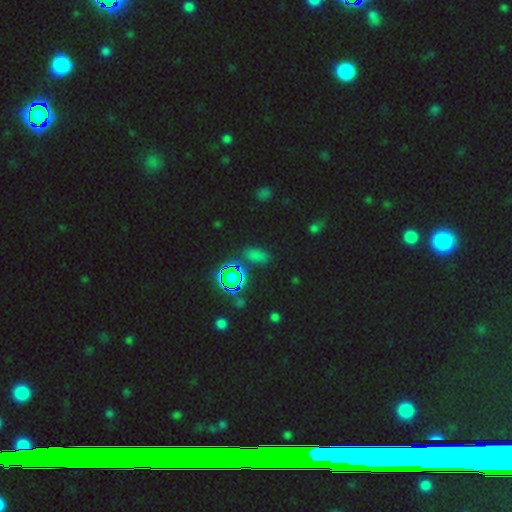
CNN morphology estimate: Smooth or featured?
  - star or artifact: 46% * (tied)
  - smooth: 46% * (tied)
  - featured or disk: 8%